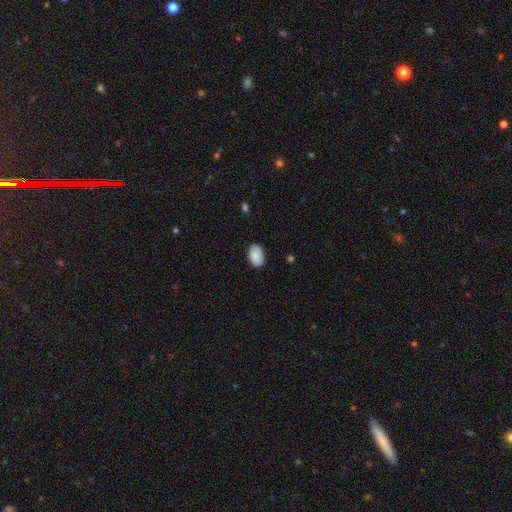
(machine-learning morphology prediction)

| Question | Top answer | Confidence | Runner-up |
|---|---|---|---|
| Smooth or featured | smooth | 89% | star or artifact (6%) |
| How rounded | in between | 89% | round (10%) |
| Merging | none | 85% | minor disturbance (12%) |